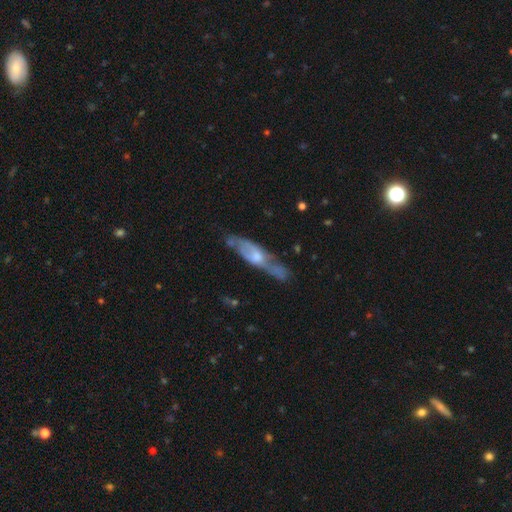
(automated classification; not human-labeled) The model was most divided on "edge-on disk": yes: 52%, no: 48%. More confident: smooth or featured — featured or disk (68%); merging — none (58%).